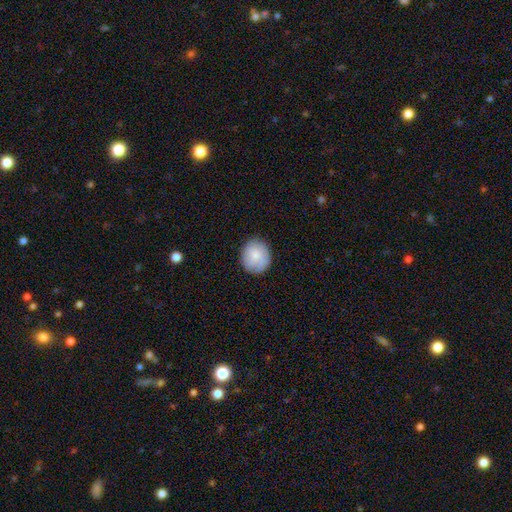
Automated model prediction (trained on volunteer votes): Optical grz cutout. It shows a smooth galaxy with no disk features (81%) that is round (82%). Merging: none (82%).